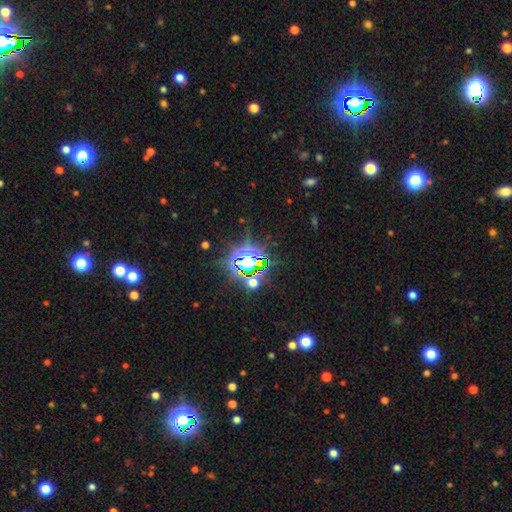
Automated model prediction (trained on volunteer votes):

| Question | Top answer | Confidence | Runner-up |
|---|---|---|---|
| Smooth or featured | star or artifact | 77% | smooth (13%) |